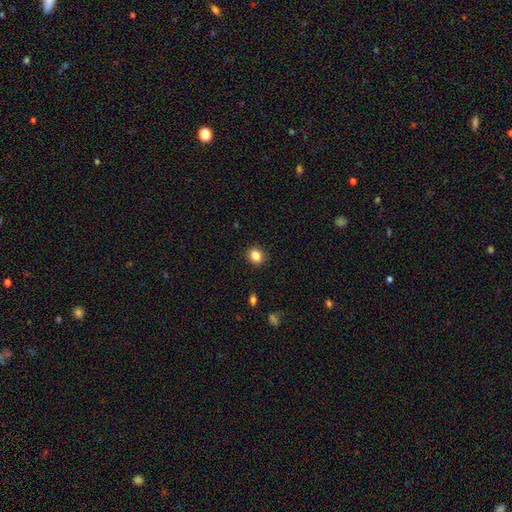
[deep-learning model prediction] Smooth or featured?
  - smooth: 85% *
  - star or artifact: 10%
  - featured or disk: 5%
How rounded?
  - round: 67% *
  - in between: 32%
  - cigar-shaped: 1%
Merging?
  - none: 90% *
  - minor disturbance: 7%
  - major disturbance: 2%
  - merger: 1%